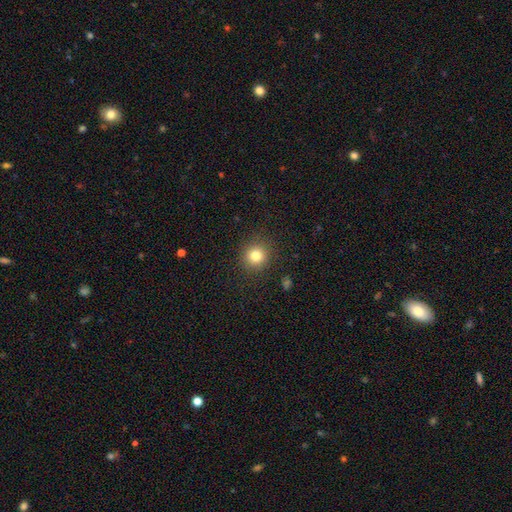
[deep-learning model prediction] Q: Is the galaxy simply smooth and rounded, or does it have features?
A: smooth — 81%.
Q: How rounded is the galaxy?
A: round — 92%.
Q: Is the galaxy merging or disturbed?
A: none — 90%.